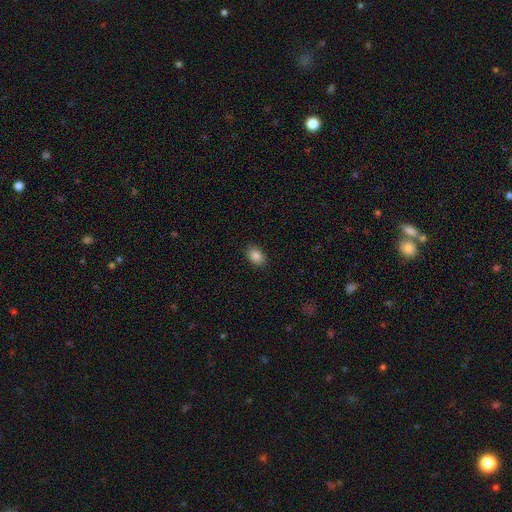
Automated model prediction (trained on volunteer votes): Smooth or featured? smooth (87%)
How rounded? in between (83%)
Merging? none (88%)